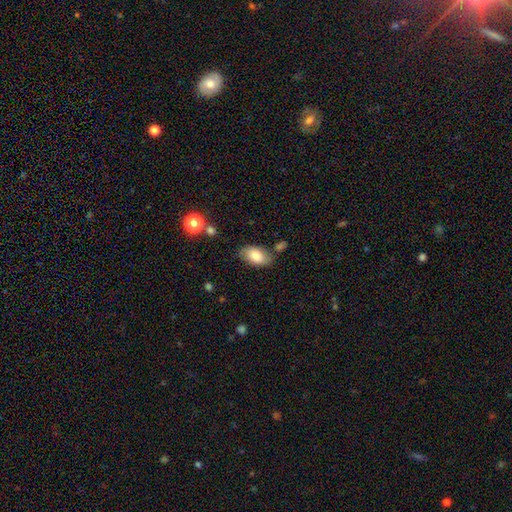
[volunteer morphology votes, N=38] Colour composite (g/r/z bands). It shows a smooth galaxy with no disk features (89%) that is in between round and cigar-shaped (94%). Merging: none (58%).